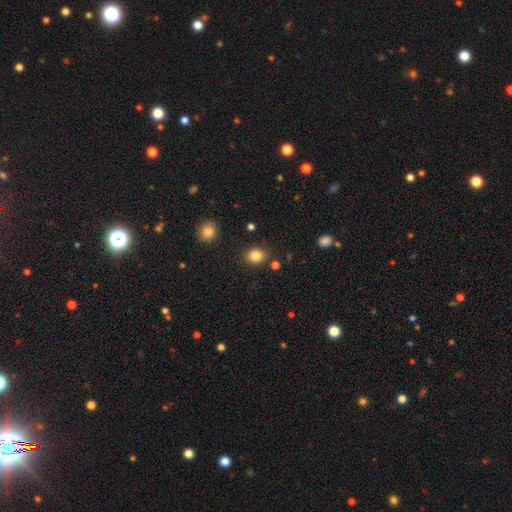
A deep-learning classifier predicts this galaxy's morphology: Smooth or featured? Predicted: smooth (p=0.85). How rounded? Predicted: round (p=0.65). Merging? Predicted: none (p=0.85).